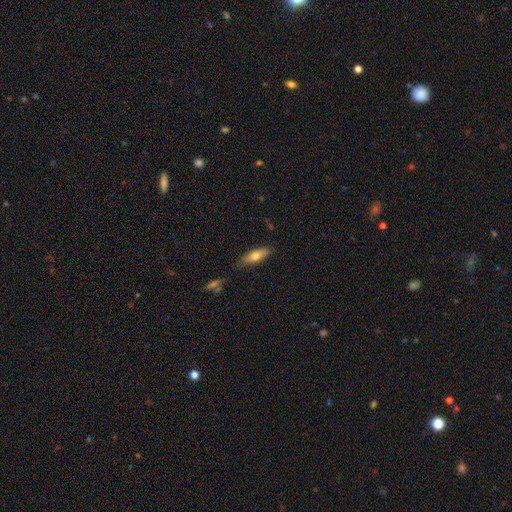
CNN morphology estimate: type=smooth (69%); roundness=in between (53%); merging=none (73%).